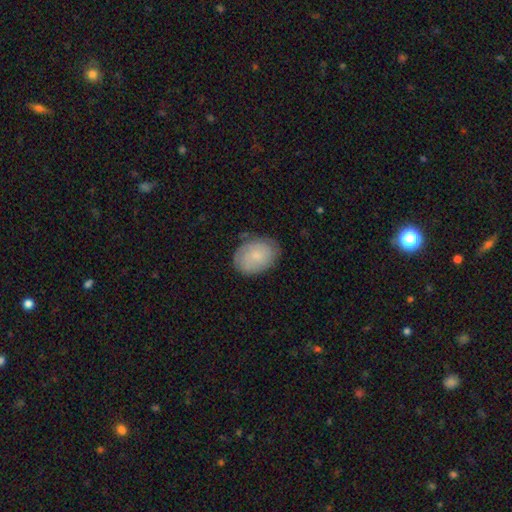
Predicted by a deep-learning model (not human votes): Smooth or featured? Predicted: smooth (p=0.68). How rounded? Predicted: in between (p=0.73). Merging? Predicted: none (p=0.72).